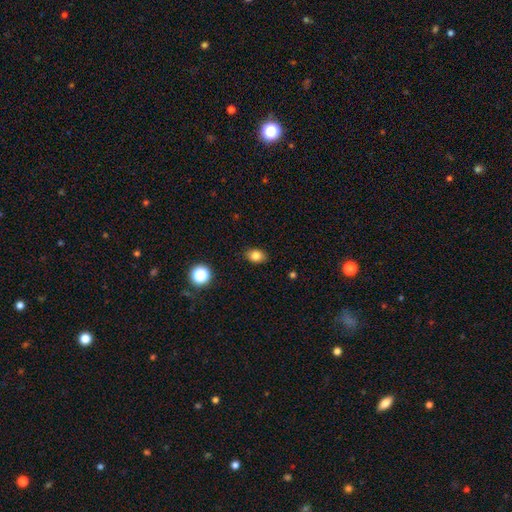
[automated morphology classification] Smooth or featured?
  - smooth: 81% *
  - star or artifact: 11%
  - featured or disk: 8%
How rounded?
  - in between: 69% *
  - round: 30%
  - cigar-shaped: 1%
Merging?
  - none: 86% *
  - minor disturbance: 10%
  - major disturbance: 2%
  - merger: 1%